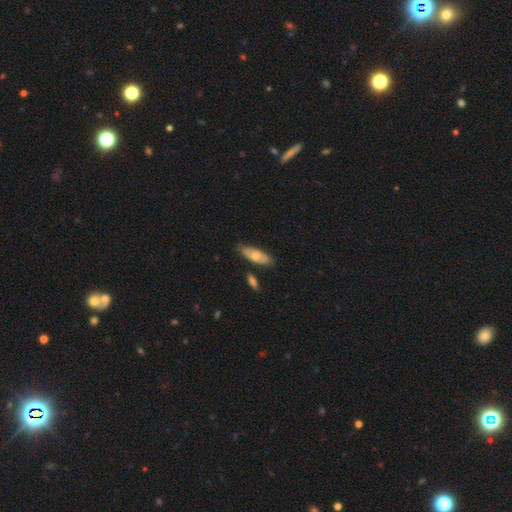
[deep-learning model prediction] smooth 62%, featured or disk 33%, star or artifact 6%. Down the decision tree: how rounded — in between (71%); merging — none (74%).